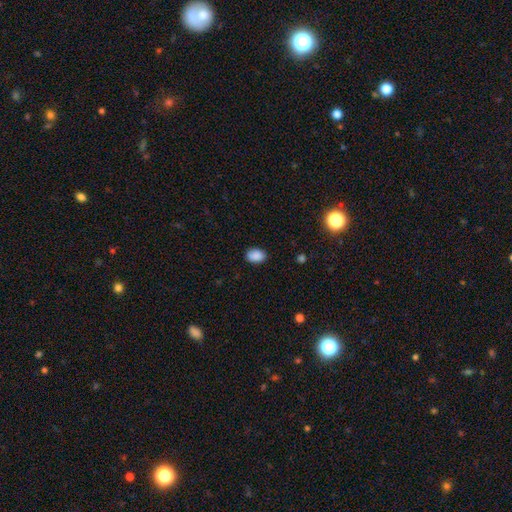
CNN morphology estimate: Smooth or featured: smooth — 89% (star or artifact — 8%)
How rounded: in between — 81% (round — 18%)
Merging: none — 84% (minor disturbance — 12%)